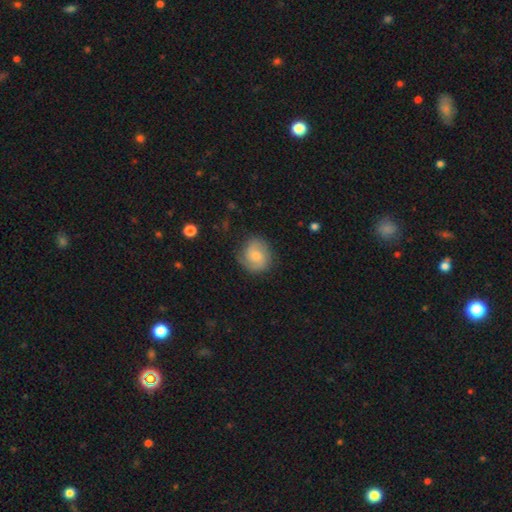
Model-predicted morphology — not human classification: smooth-or-featured: featured or disk: 47% | smooth: 45% | star or artifact: 7%
  merging: none: 77% | minor disturbance: 17% | major disturbance: 5% | merger: 1%